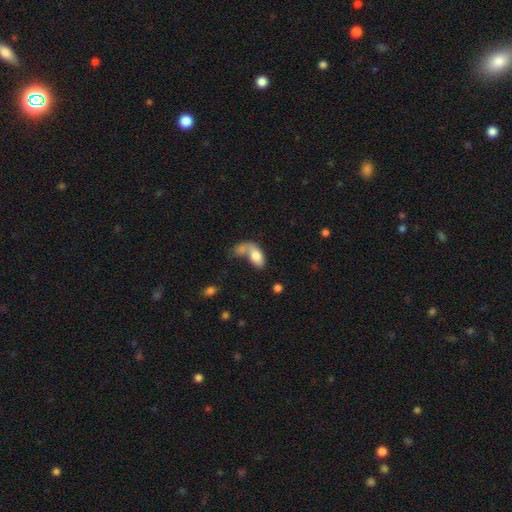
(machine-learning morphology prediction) A smooth galaxy with no disk features (76%) that is in between round and cigar-shaped (90%).

Vote fractions:
- Smooth or featured? smooth: 76% / featured or disk: 17% / star or artifact: 7%
- How rounded? in between: 90% / round: 5% / cigar-shaped: 5%
- Merging? merger: 58% / none: 22% / major disturbance: 11% / minor disturbance: 10%